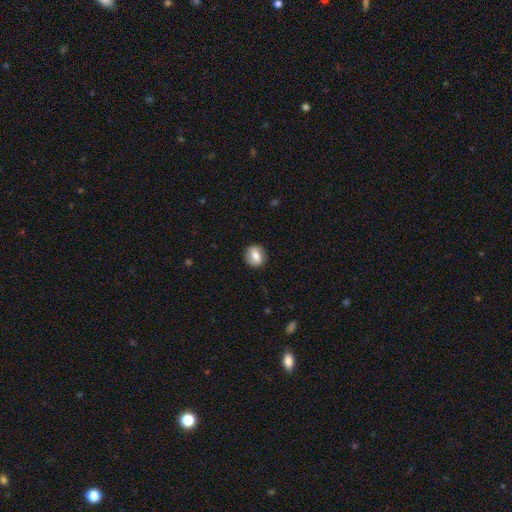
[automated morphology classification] smooth_or_featured: smooth (p=0.70) [alt: featured or disk p=0.22]
how_rounded: round (p=0.77) [alt: in between p=0.22]
merging: none (p=0.88) [alt: minor disturbance p=0.08]